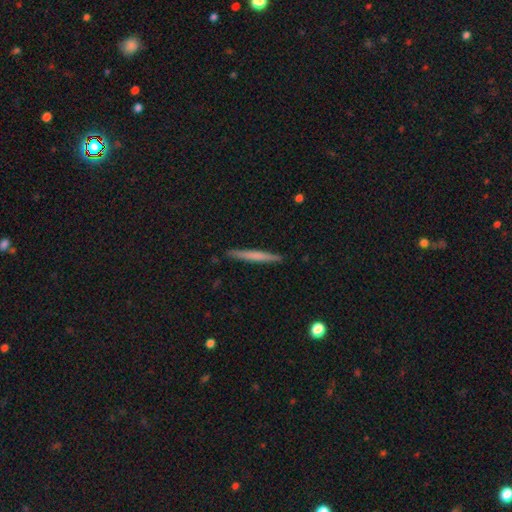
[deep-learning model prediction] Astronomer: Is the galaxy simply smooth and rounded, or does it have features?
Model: smooth — 59% (runner-up: featured or disk, 36%).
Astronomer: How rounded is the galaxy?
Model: cigar-shaped — 97%.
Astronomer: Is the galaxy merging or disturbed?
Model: none — 91%.